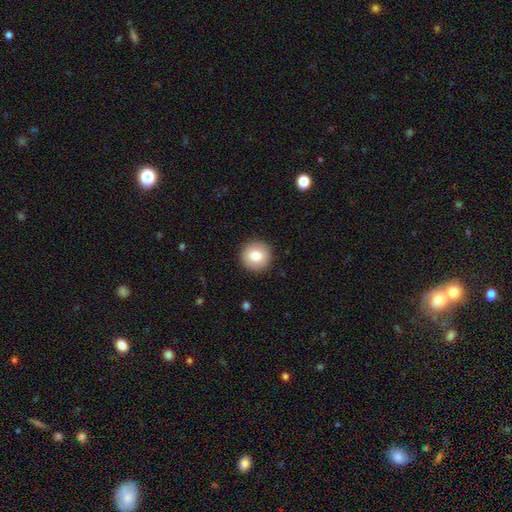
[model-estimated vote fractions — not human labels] Smooth or featured: smooth — 81% (featured or disk — 11%)
How rounded: round — 96% (in between — 3%)
Merging: none — 92% (minor disturbance — 5%)